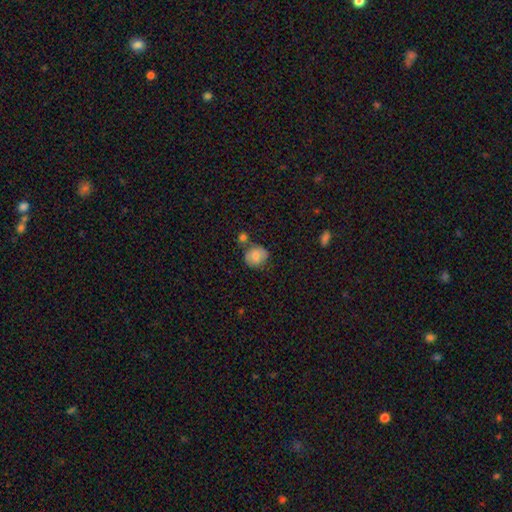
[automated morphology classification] Q: Smooth or featured?
A: smooth (75%); runner-up: featured or disk (17%)
Q: How rounded?
A: round (76%); runner-up: in between (23%)
Q: Merging?
A: none (59%); runner-up: minor disturbance (19%)